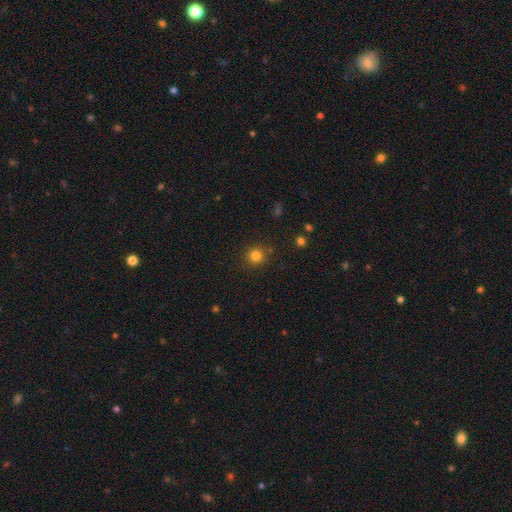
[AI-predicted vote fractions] Overall: smooth (81%). How rounded: round (94%). Merging: none (89%).